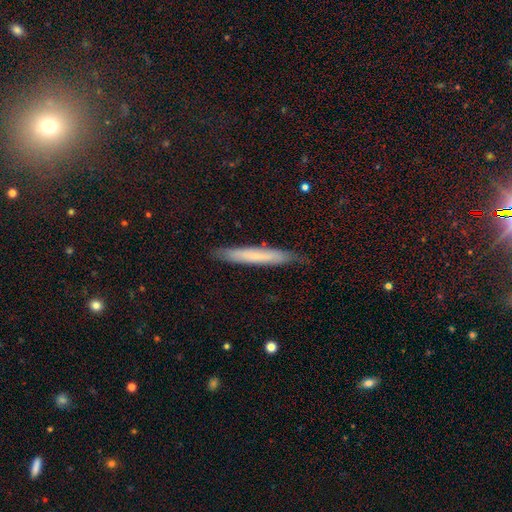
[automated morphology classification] smooth_or_featured: smooth (p=0.62) [alt: featured or disk p=0.31]
how_rounded: cigar-shaped (p=0.95) [alt: in between p=0.04]
merging: none (p=0.83) [alt: minor disturbance p=0.14]